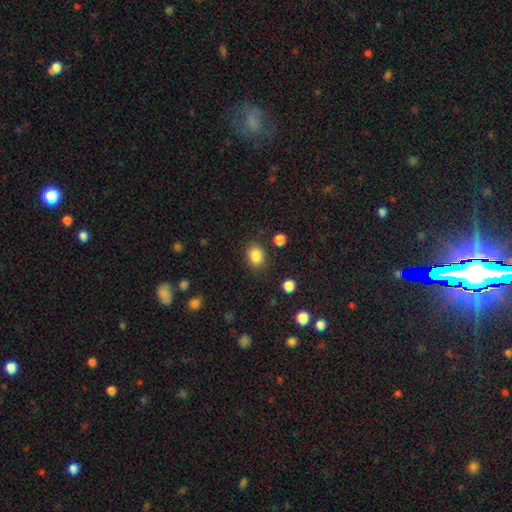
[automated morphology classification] This appears to be a smooth galaxy with no disk features (85%) that is in between round and cigar-shaped (51%). Merging: none (85%).